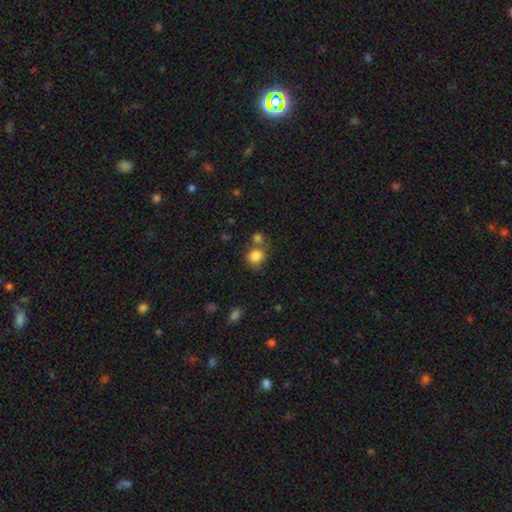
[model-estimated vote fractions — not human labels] smooth_or_featured: smooth (p=0.83) [alt: star or artifact p=0.10]
how_rounded: round (p=0.74) [alt: in between p=0.25]
merging: none (p=0.54) [alt: merger p=0.25]